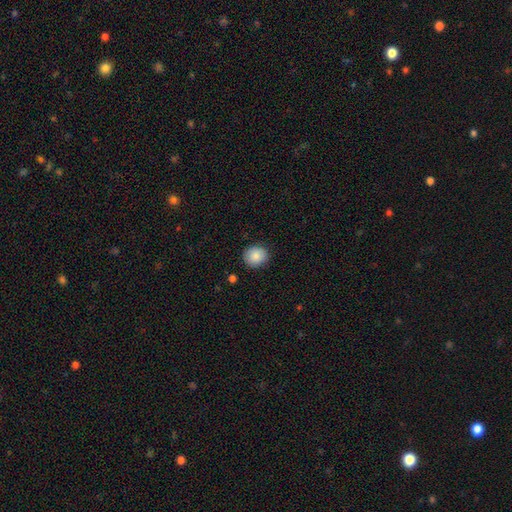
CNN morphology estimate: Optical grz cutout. It shows a smooth galaxy with no disk features (87%) that is round (80%). Merging: none (87%).